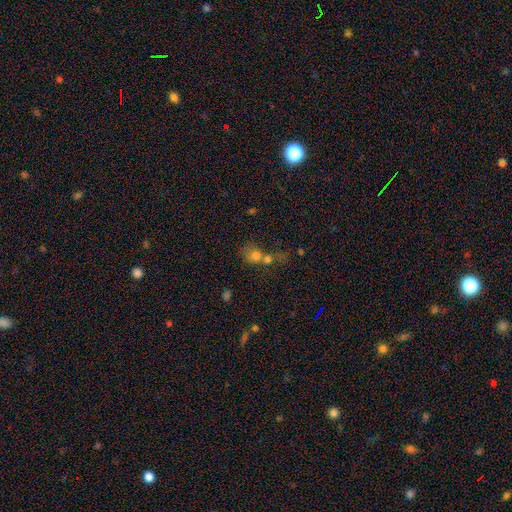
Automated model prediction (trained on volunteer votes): Q: Smooth or featured?
A: smooth (68%); runner-up: featured or disk (18%)
Q: How rounded?
A: round (67%); runner-up: in between (31%)
Q: Merging?
A: merger (67%); runner-up: none (18%)